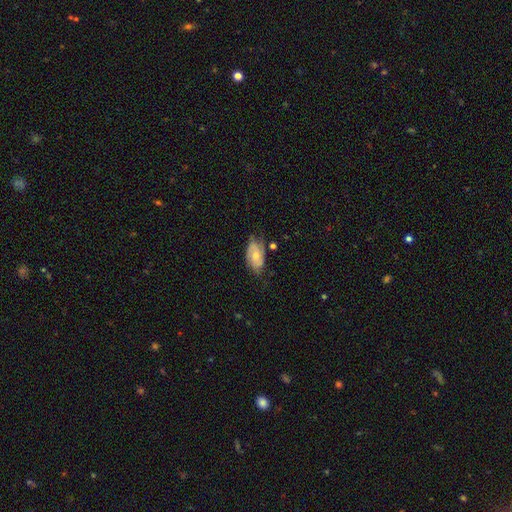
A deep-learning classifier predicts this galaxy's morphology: The model was most divided on "spiral winding": tight: 45%, medium: 40%, loose: 15%. Remaining: edge-on disk — no (95%); spiral arms — yes (87%); bar — no (63%); spiral arm count — 2 (63%); merging — none (61%); smooth or featured — featured or disk (61%); bulge size — moderate (50%).